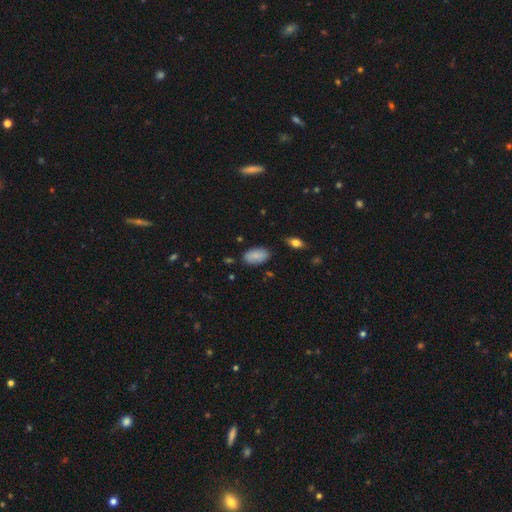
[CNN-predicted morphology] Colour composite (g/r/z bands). It shows a smooth galaxy with no disk features (85%) that is in between round and cigar-shaped (95%). Merging: none (81%).